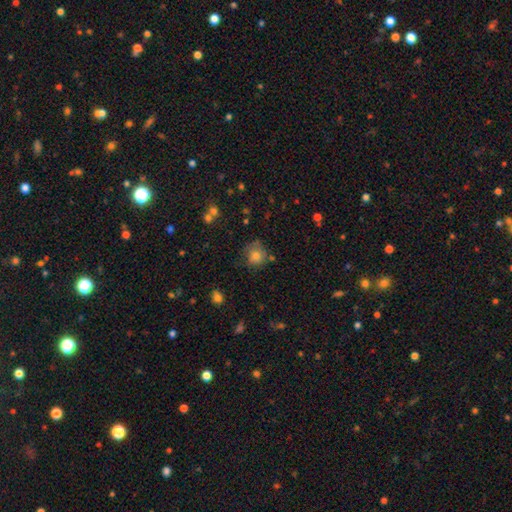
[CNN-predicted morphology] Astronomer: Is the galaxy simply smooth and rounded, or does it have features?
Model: smooth — 75%.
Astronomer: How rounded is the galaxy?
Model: round — 82%.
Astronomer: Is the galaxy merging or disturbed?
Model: none — 63%.